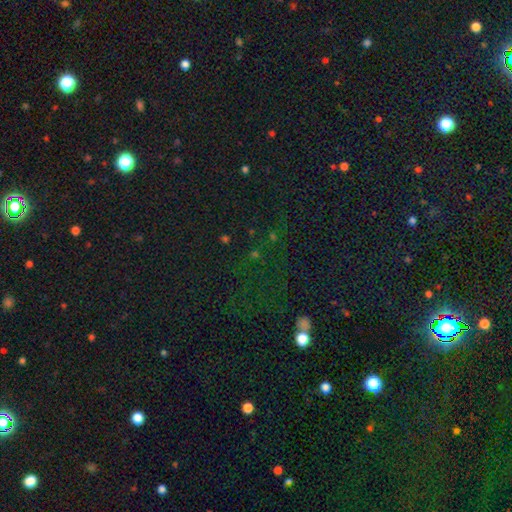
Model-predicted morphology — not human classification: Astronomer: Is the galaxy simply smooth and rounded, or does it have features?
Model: star or artifact — 71%.